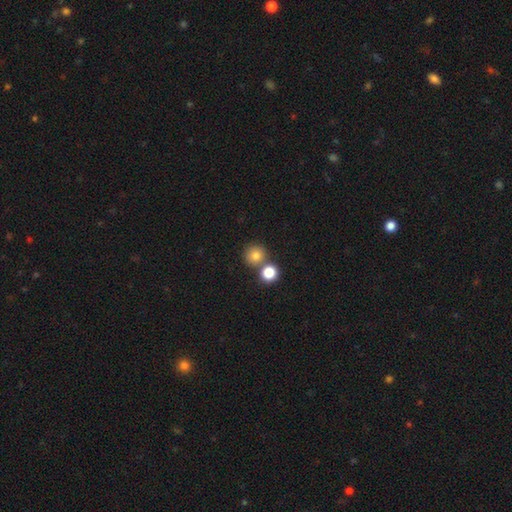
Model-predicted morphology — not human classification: Q: Smooth or featured?
A: smooth (79%); runner-up: star or artifact (14%)
Q: How rounded?
A: round (92%); runner-up: in between (7%)
Q: Merging?
A: none (66%); runner-up: merger (24%)